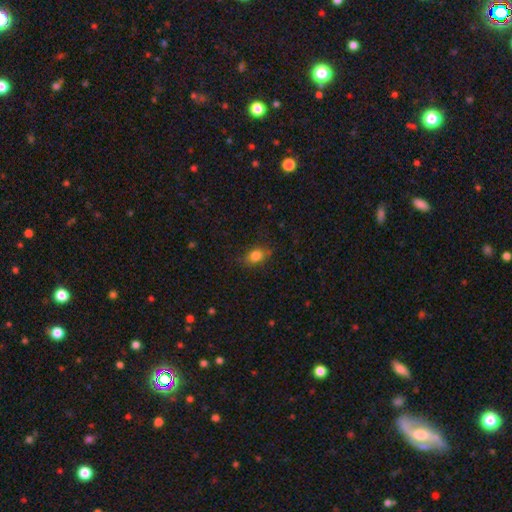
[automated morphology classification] This is clearly a smooth galaxy (81%). How rounded: likely in between (70%). Merging: likely none (72%).